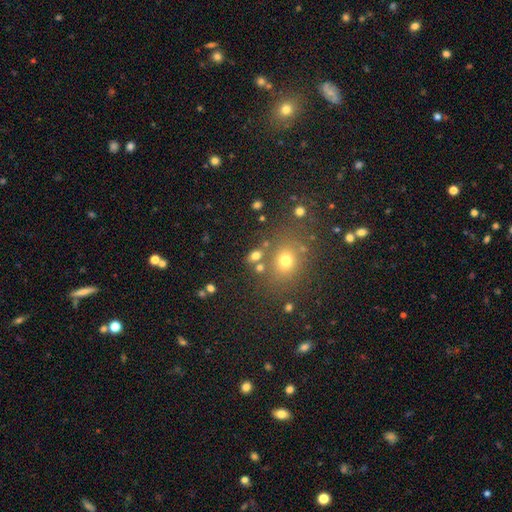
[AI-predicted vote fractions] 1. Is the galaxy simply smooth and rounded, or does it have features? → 70% smooth, 19% star or artifact, 11% featured or disk.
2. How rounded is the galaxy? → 62% in between, 35% round, 3% cigar-shaped.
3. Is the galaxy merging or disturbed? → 69% none, 14% merger, 12% minor disturbance, 6% major disturbance.